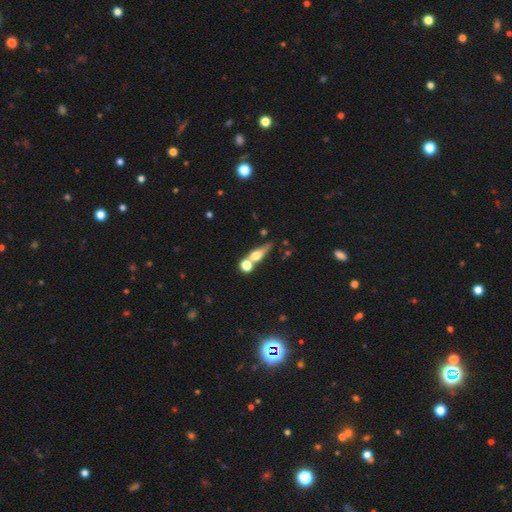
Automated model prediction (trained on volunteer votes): A smooth galaxy with no disk features (51%) that is cigar-shaped (44%).

Vote fractions:
- Smooth or featured? smooth: 51% / featured or disk: 37% / star or artifact: 12%
- How rounded? cigar-shaped: 44% / in between: 34% / round: 22%
- Merging? none: 46% / merger: 35% / minor disturbance: 12% / major disturbance: 7%